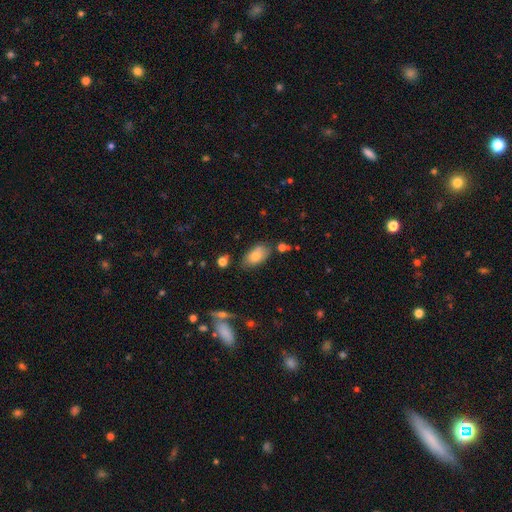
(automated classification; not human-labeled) Smooth or featured? smooth (79%)
How rounded? in between (93%)
Merging? none (74%)